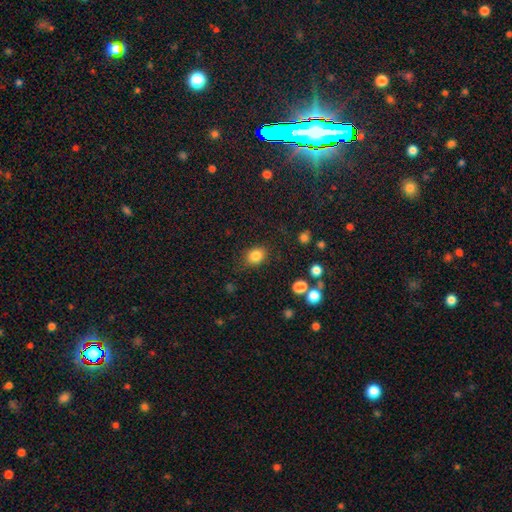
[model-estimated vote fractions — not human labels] Morphology: type=smooth (83%); roundness=in between (50%); merging=none (82%).